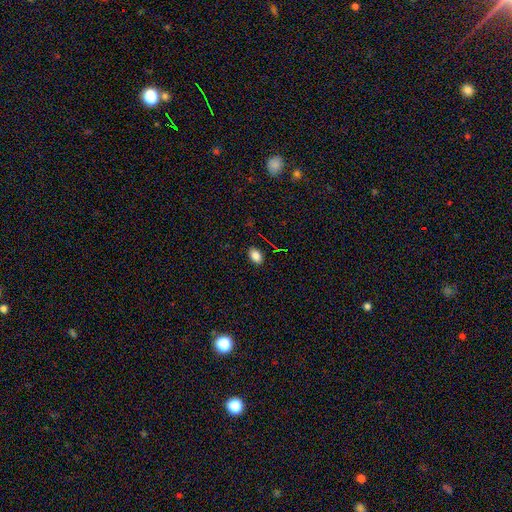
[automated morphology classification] A smooth galaxy with no disk features (84%) that is in between round and cigar-shaped (86%). Merging: none (88%).